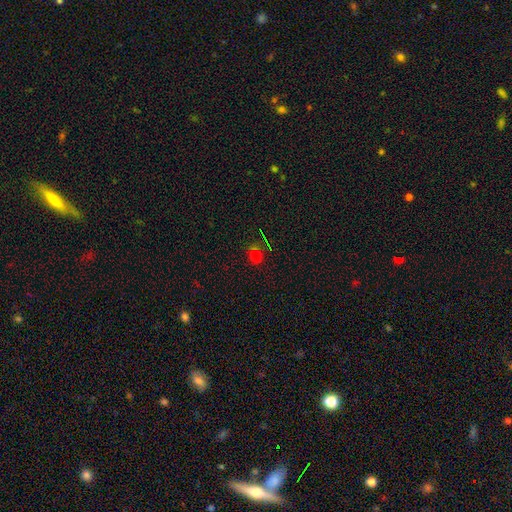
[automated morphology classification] smooth-or-featured: smooth: 59% | star or artifact: 34% | featured or disk: 7%
  how-rounded: round: 62% | in between: 37% | cigar-shaped: 2%
  merging: none: 74% | minor disturbance: 14% | merger: 6% | major disturbance: 5%